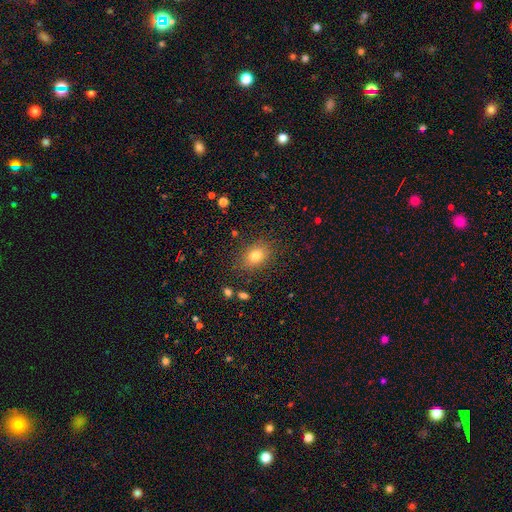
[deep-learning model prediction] This appears to be a smooth galaxy with no disk features (78%) that is in between round and cigar-shaped (64%). Merging: none (85%).